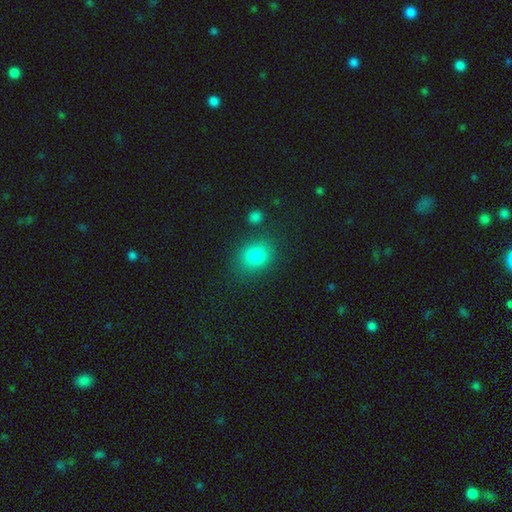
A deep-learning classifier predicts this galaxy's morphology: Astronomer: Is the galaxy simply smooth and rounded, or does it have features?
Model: smooth — 82%.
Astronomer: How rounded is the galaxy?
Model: in between — 50% (runner-up: round, 49%).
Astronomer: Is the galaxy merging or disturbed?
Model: none — 77%.